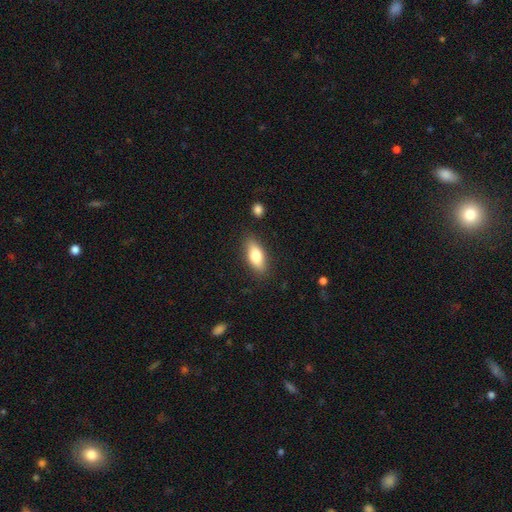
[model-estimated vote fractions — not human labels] Smooth or featured? Predicted: smooth (p=0.77). How rounded? Predicted: in between (p=0.77). Merging? Predicted: none (p=0.84).